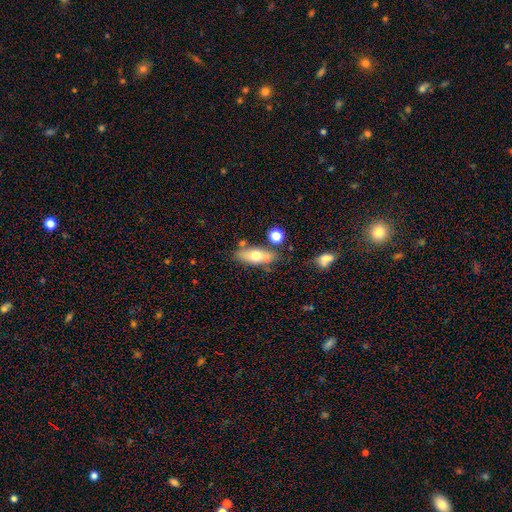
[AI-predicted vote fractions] smooth 61%, featured or disk 32%, star or artifact 8%. Down the decision tree: how rounded — in between (69%); merging — none (73%).